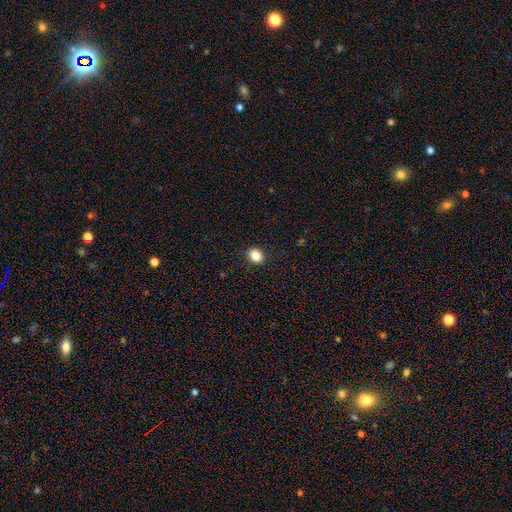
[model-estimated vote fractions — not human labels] Morphology: type=smooth (85%); roundness=round (58%); merging=none (91%).